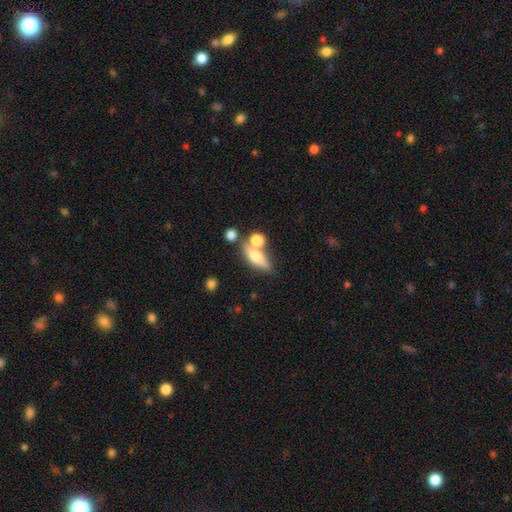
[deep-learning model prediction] Smooth or featured?
  - smooth: 54% *
  - featured or disk: 36%
  - star or artifact: 10%
How rounded?
  - in between: 47% *
  - cigar-shaped: 42%
  - round: 11%
Merging?
  - none: 56% *
  - merger: 26%
  - minor disturbance: 12%
  - major disturbance: 6%